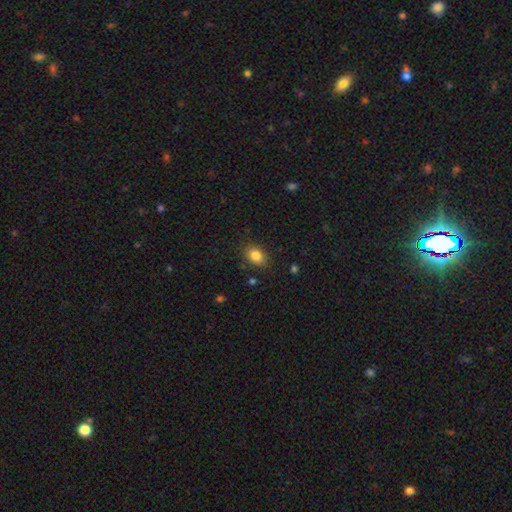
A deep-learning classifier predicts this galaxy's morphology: Smooth or featured: smooth — 84% (star or artifact — 9%)
How rounded: in between — 73% (round — 26%)
Merging: none — 85% (minor disturbance — 11%)